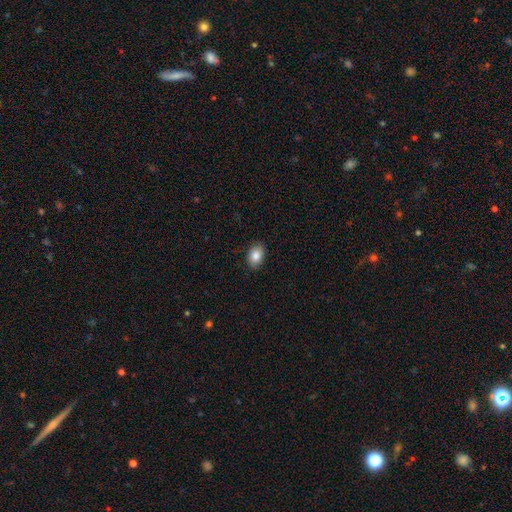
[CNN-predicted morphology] Smooth or featured? Predicted: smooth (p=0.85). How rounded? Predicted: in between (p=0.81). Merging? Predicted: none (p=0.88).